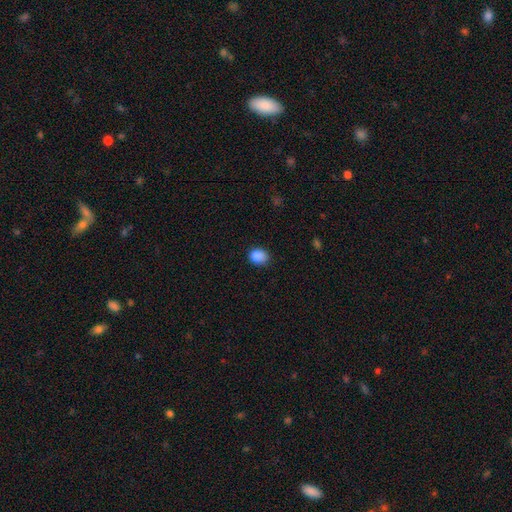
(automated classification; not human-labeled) Smooth or featured: smooth — 87% (star or artifact — 9%)
How rounded: in between — 53% (round — 46%)
Merging: none — 75% (minor disturbance — 20%)